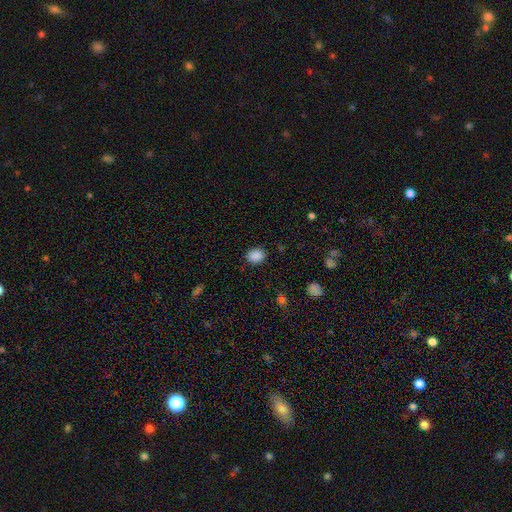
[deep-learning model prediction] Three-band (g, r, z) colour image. It shows a smooth galaxy with no disk features (88%) that is round (56%). Merging: none (87%).